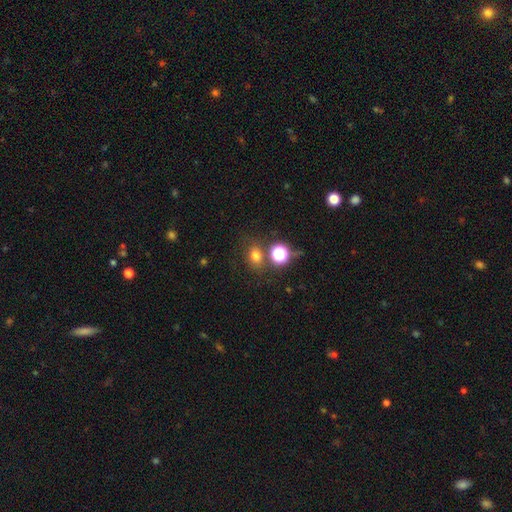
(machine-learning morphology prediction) Overall: smooth (71%). How rounded: round (55%; in between 44%). Merging: none (72%).